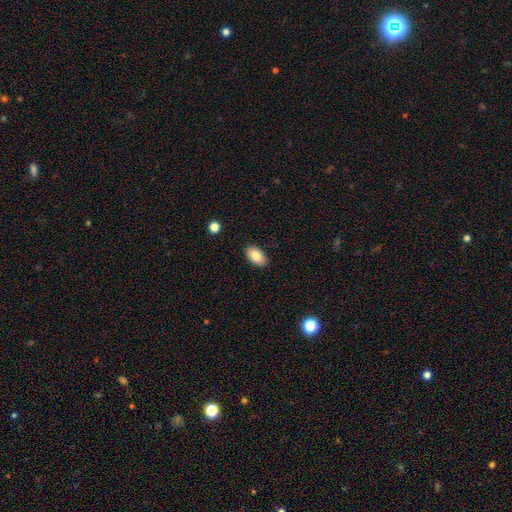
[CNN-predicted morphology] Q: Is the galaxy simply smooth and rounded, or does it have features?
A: smooth — 85%.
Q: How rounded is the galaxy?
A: in between — 93%.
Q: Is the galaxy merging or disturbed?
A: none — 89%.